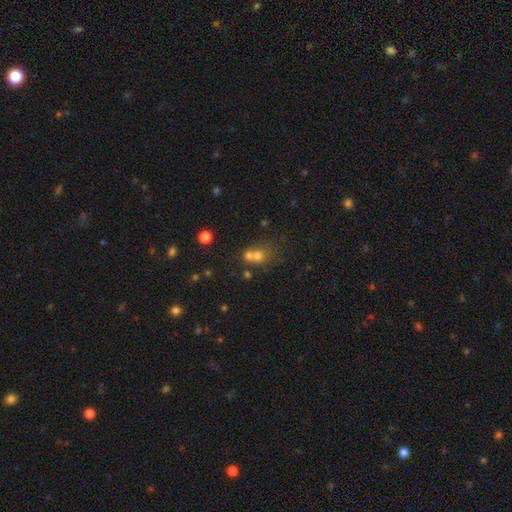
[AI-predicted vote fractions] smooth-or-featured: smooth: 66% | featured or disk: 17% | star or artifact: 17%
  how-rounded: round: 75% | in between: 24% | cigar-shaped: 1%
  merging: merger: 57% | none: 31% | minor disturbance: 7% | major disturbance: 4%